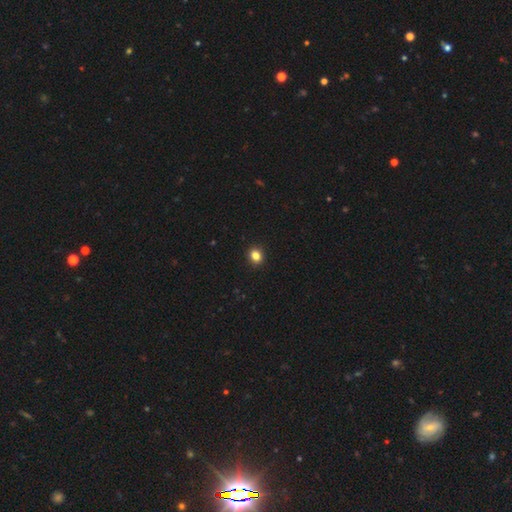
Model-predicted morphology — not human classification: Smooth or featured?
  - smooth: 84% *
  - star or artifact: 12%
  - featured or disk: 5%
How rounded?
  - round: 73% *
  - in between: 26%
  - cigar-shaped: 1%
Merging?
  - none: 93% *
  - minor disturbance: 5%
  - major disturbance: 1%
  - merger: 1%